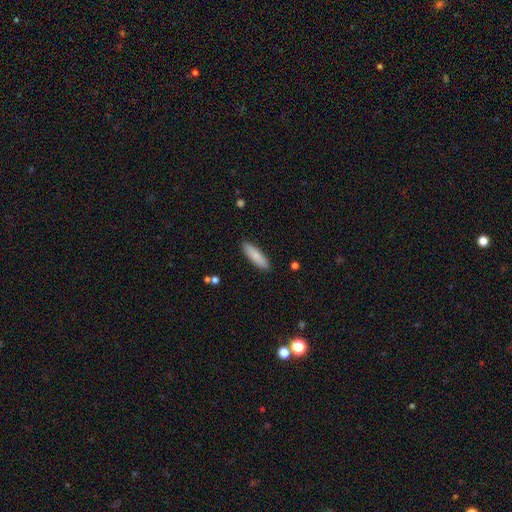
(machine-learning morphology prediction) Overall: smooth (84%). How rounded: cigar-shaped (63%; in between 36%). Merging: none (90%).